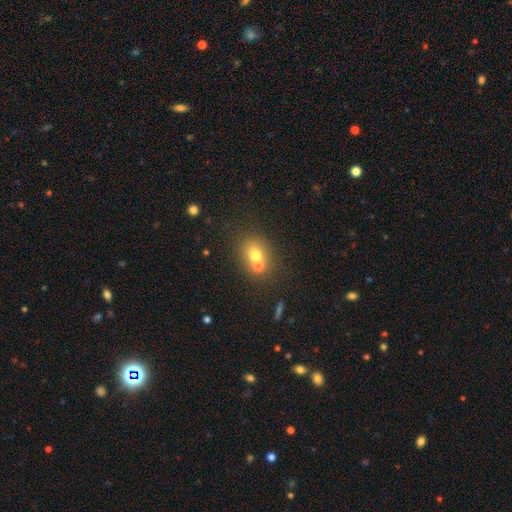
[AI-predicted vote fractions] This appears to be a smooth galaxy with no disk features (68%) that is round (64%). Merging: merger (47%).